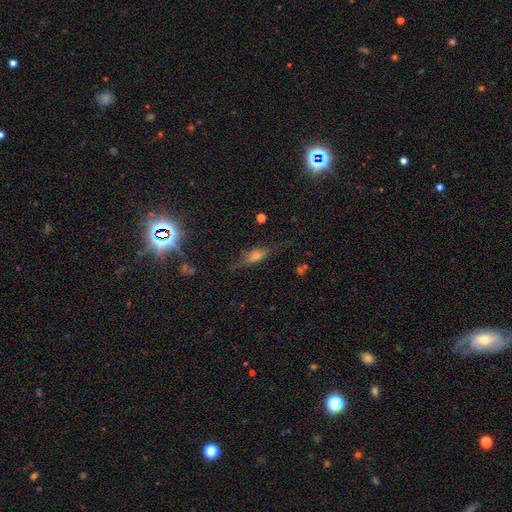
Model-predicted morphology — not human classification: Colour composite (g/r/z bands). It shows a featured or disk galaxy (45%). Merging: none (71%).